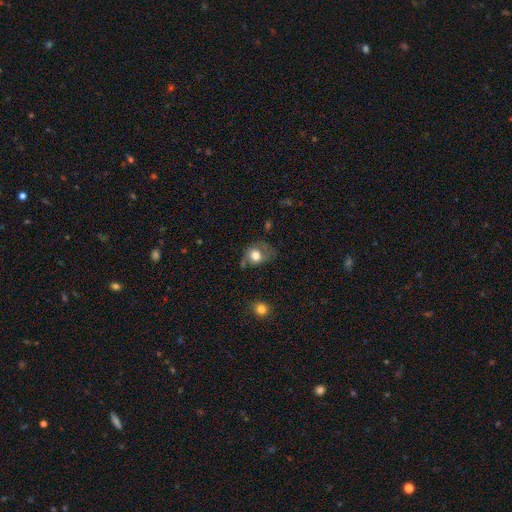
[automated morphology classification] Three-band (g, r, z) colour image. It shows a smooth galaxy with no disk features (70%) that is in between round and cigar-shaped (50%). Merging: none (42%).